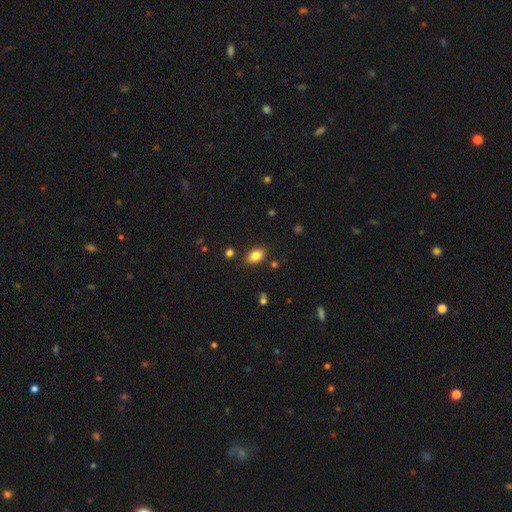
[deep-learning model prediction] A smooth galaxy with no disk features (84%) that is in between round and cigar-shaped (89%).

Vote fractions:
- Smooth or featured? smooth: 84% / star or artifact: 9% / featured or disk: 8%
- How rounded? in between: 89% / round: 9% / cigar-shaped: 2%
- Merging? none: 84% / minor disturbance: 11% / merger: 3% / major disturbance: 3%